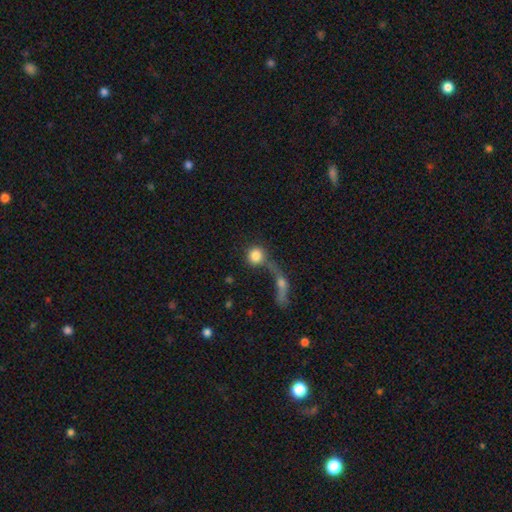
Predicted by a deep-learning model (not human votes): Overall: smooth (80%). How rounded: round (87%). Merging: merger (47%; none 31%).